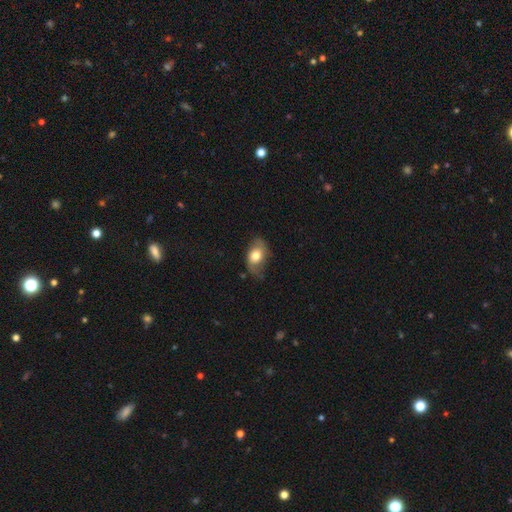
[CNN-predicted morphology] Smooth or featured: smooth — 65% (featured or disk — 28%)
How rounded: in between — 84% (round — 15%)
Merging: none — 54% (minor disturbance — 32%)